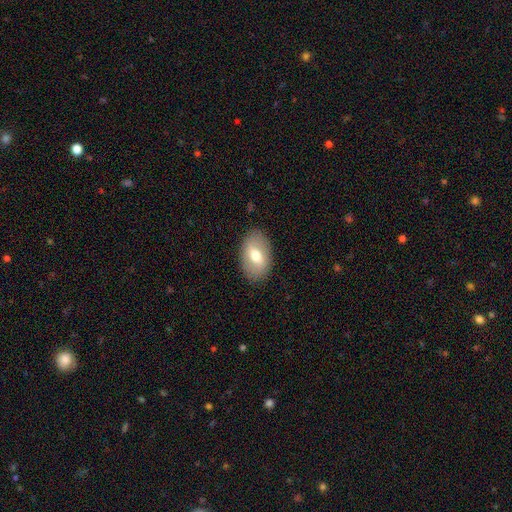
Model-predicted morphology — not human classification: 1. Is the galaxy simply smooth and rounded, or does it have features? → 63% smooth, 30% featured or disk, 7% star or artifact.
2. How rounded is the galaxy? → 89% in between, 9% round, 1% cigar-shaped.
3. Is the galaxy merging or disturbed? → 86% none, 10% minor disturbance, 3% major disturbance, 1% merger.